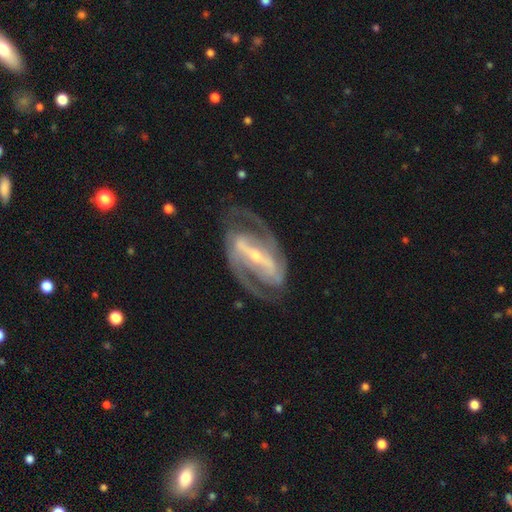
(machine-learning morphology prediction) This is clearly a featured or disk galaxy (92%). It is clearly not viewed edge-on (95%). Bar: clearly strong (81%). Spiral arm pattern: clearly yes (95%). Spiral arm count: clearly 2 (89%). Spiral winding: possibly medium (49%). Central bulge: likely small (70%). Merging: likely none (76%).